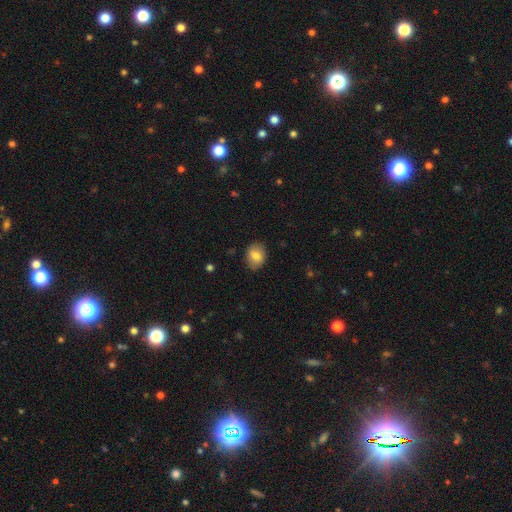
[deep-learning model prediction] Overall: smooth (78%). How rounded: in between (69%; round 30%). Merging: none (84%).